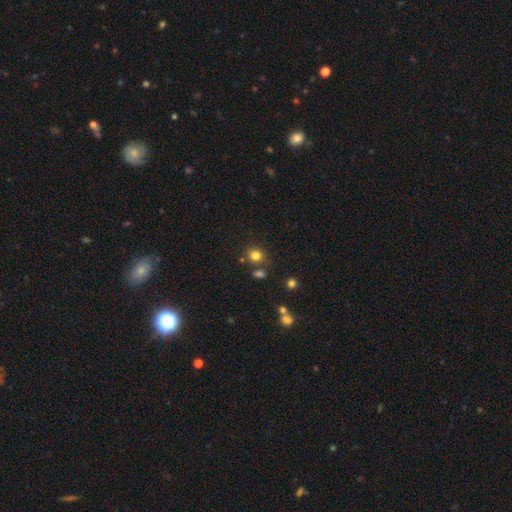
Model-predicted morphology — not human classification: The model was most divided on "merging": none: 75%, merger: 12%, minor disturbance: 10%, major disturbance: 3%. More confident: how rounded — round (83%); smooth or featured — smooth (80%).